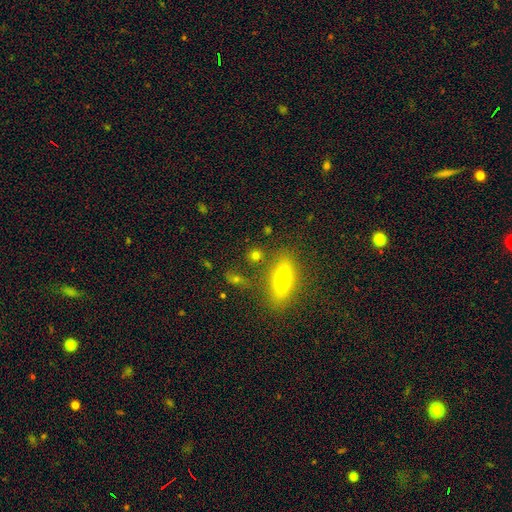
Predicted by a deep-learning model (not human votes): Morphology: type=smooth (68%); roundness=round (55%); merging=none (75%).